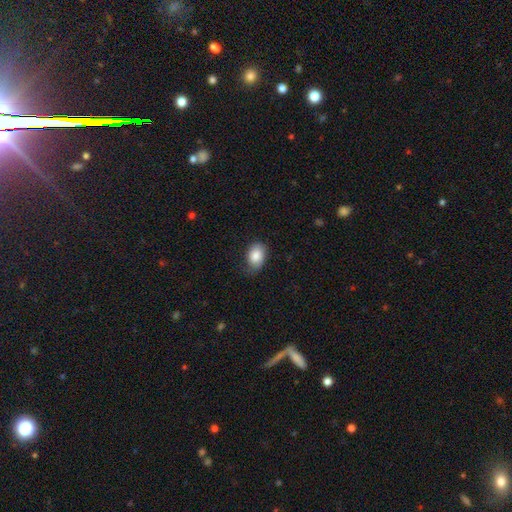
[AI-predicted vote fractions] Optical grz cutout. It shows a smooth galaxy with no disk features (84%) that is in between round and cigar-shaped (82%). Merging: none (68%).